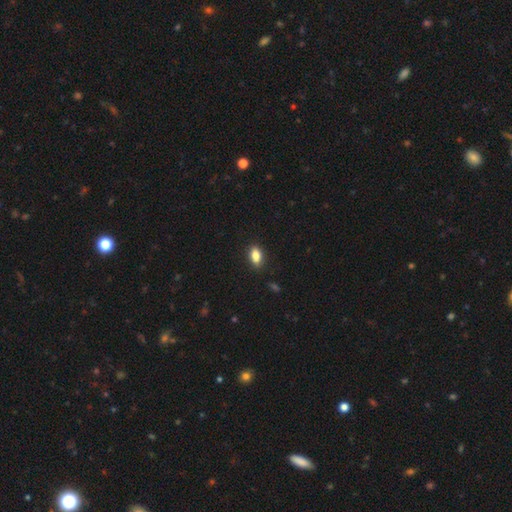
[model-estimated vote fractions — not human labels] Smooth or featured: smooth — 85% (star or artifact — 8%)
How rounded: in between — 87% (round — 7%)
Merging: none — 88% (minor disturbance — 9%)